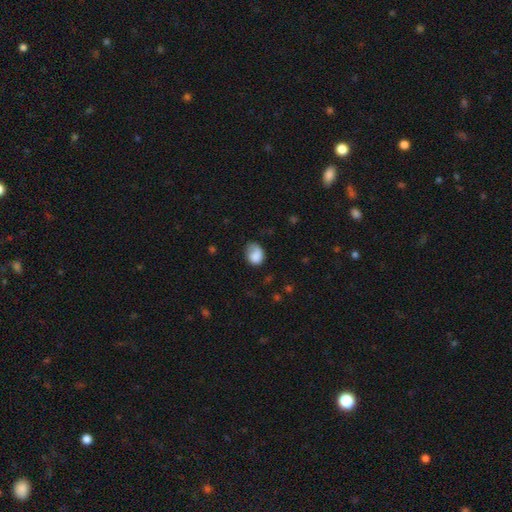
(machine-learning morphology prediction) smooth 82%, featured or disk 11%, star or artifact 7%. Down the decision tree: how rounded — in between (54%); merging — none (45%).